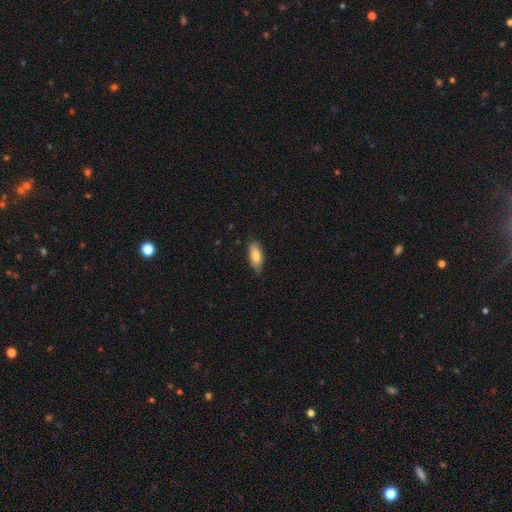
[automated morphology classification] A smooth galaxy with no disk features (79%) that is in between round and cigar-shaped (77%). Merging: none (77%).